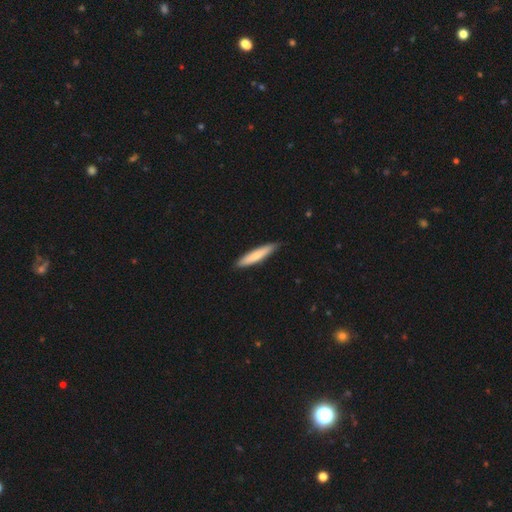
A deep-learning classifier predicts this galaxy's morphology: smooth 73%, featured or disk 22%, star or artifact 5%. Down the decision tree: how rounded — cigar-shaped (89%); merging — none (87%).